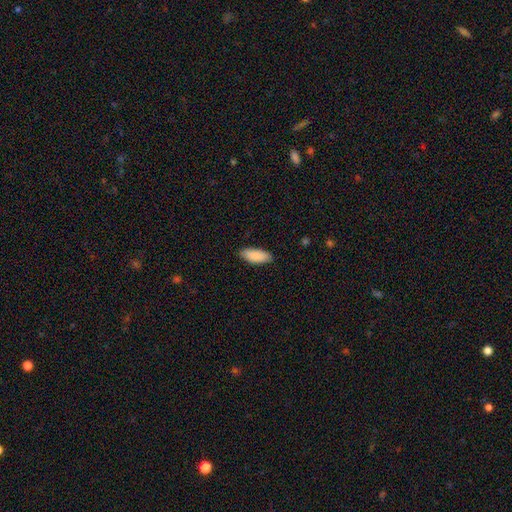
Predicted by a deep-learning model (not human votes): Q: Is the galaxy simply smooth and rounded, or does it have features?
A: smooth — 88%.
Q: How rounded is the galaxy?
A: in between — 80%.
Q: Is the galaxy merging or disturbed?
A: none — 88%.